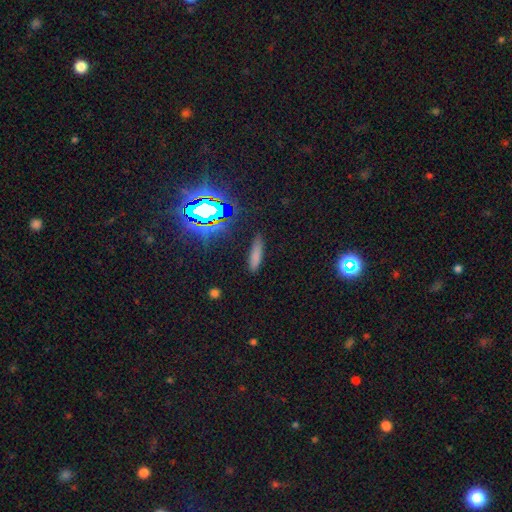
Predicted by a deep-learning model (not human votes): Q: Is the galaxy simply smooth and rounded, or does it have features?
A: smooth — 71%.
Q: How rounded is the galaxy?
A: cigar-shaped — 74%.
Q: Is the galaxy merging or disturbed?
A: none — 85%.